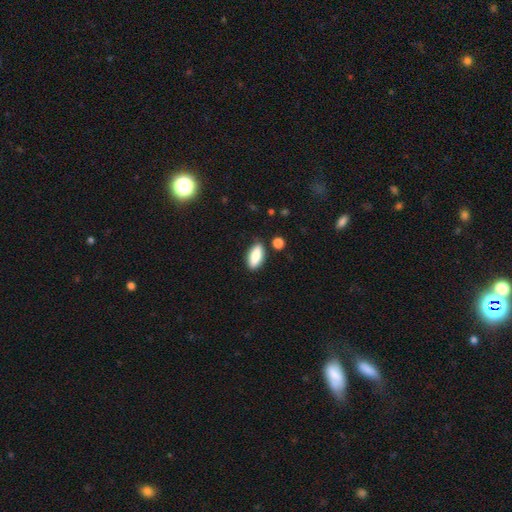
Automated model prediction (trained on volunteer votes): smooth_or_featured: smooth (p=0.84) [alt: featured or disk p=0.10]
how_rounded: in between (p=0.85) [alt: cigar-shaped p=0.12]
merging: none (p=0.82) [alt: minor disturbance p=0.12]